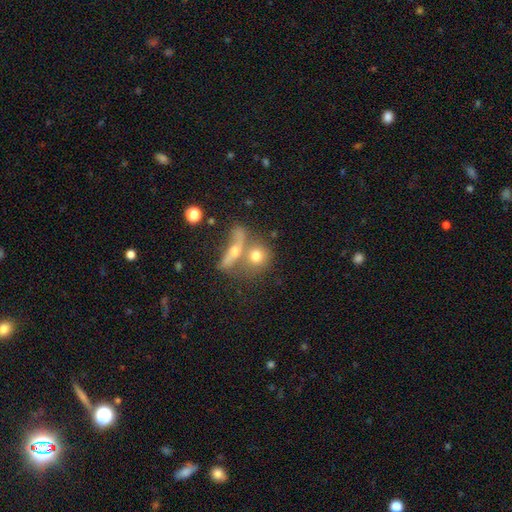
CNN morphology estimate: smooth 61%, featured or disk 26%, star or artifact 13%. Down the decision tree: how rounded — round (66%); merging — merger (43%).